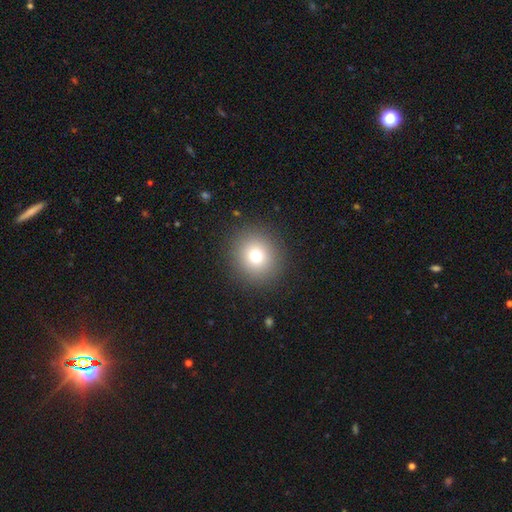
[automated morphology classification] This is likely a smooth galaxy (75%). How rounded: clearly round (91%). Merging: clearly none (90%).